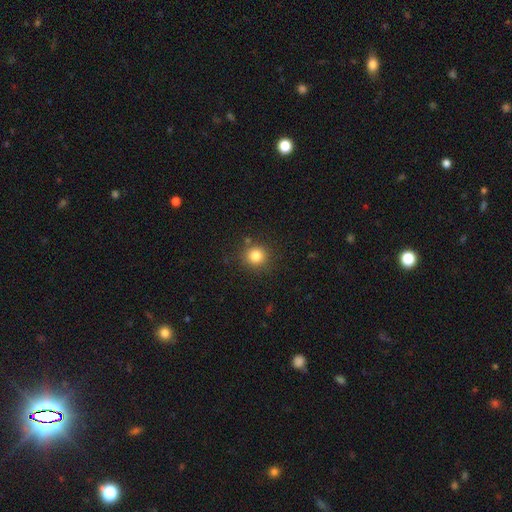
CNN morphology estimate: Smooth or featured: smooth — 82% (star or artifact — 12%)
How rounded: round — 92% (in between — 7%)
Merging: none — 86% (minor disturbance — 8%)